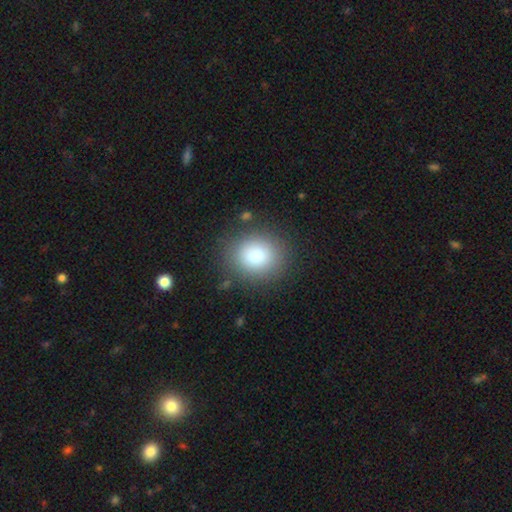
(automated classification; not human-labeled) Overall: smooth (81%). How rounded: round (71%). Merging: none (85%).